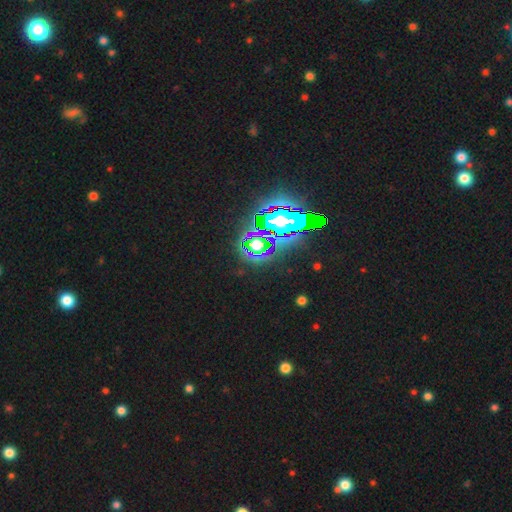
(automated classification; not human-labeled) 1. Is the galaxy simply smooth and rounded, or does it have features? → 84% star or artifact, 9% smooth, 7% featured or disk.